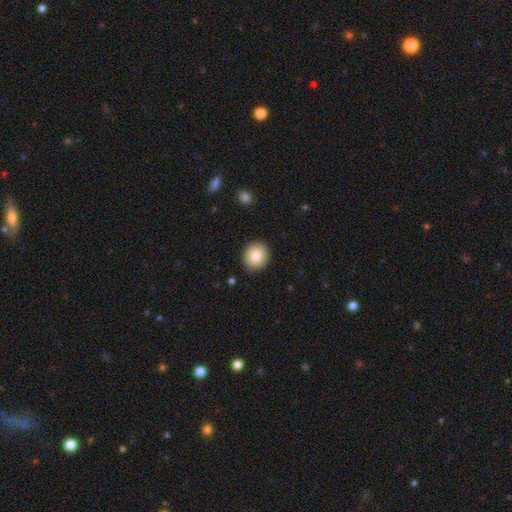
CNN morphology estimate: Smooth or featured: smooth — 82% (featured or disk — 10%)
How rounded: round — 86% (in between — 13%)
Merging: none — 90% (minor disturbance — 7%)